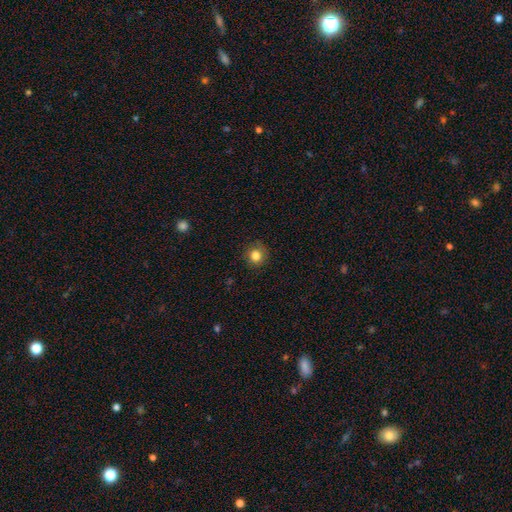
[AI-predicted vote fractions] Overall: smooth (82%). How rounded: round (89%). Merging: none (86%).